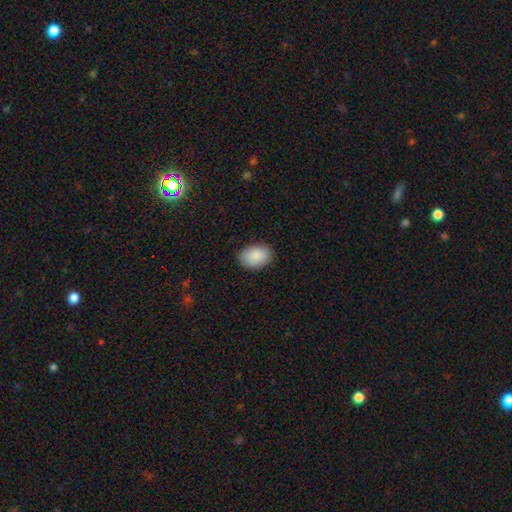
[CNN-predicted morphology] smooth_or_featured: smooth (p=0.90) [alt: star or artifact p=0.06]
how_rounded: in between (p=0.84) [alt: round p=0.15]
merging: none (p=0.88) [alt: minor disturbance p=0.09]